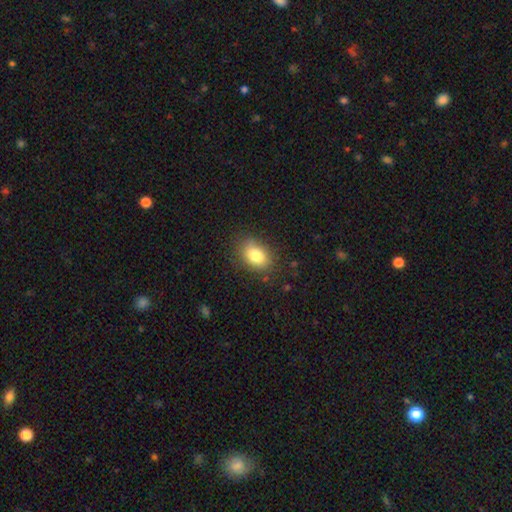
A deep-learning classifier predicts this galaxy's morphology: Smooth or featured: smooth — 81% (featured or disk — 10%)
How rounded: in between — 80% (round — 19%)
Merging: none — 81% (minor disturbance — 14%)